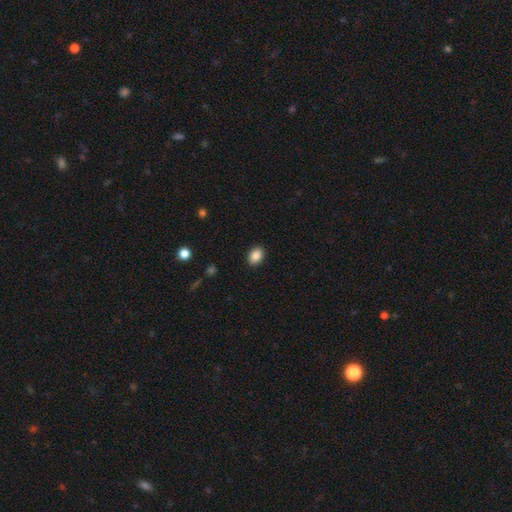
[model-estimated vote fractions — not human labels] This appears to be a smooth galaxy with no disk features (87%) that is in between round and cigar-shaped (72%). Merging: none (90%).